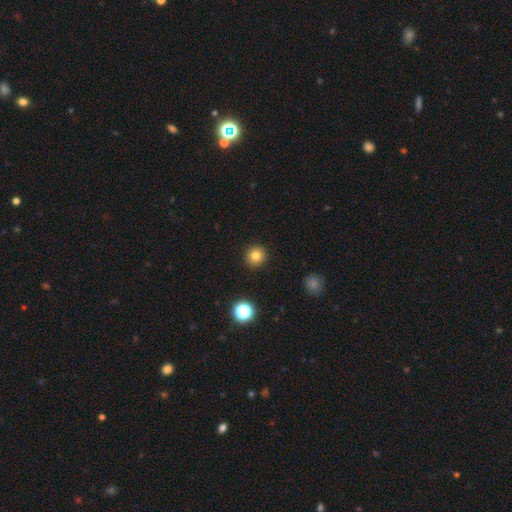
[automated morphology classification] A smooth galaxy with no disk features (80%) that is round (94%).

Vote fractions:
- Smooth or featured? smooth: 80% / star or artifact: 13% / featured or disk: 7%
- How rounded? round: 94% / in between: 5% / cigar-shaped: 1%
- Merging? none: 92% / minor disturbance: 5% / major disturbance: 2% / merger: 1%